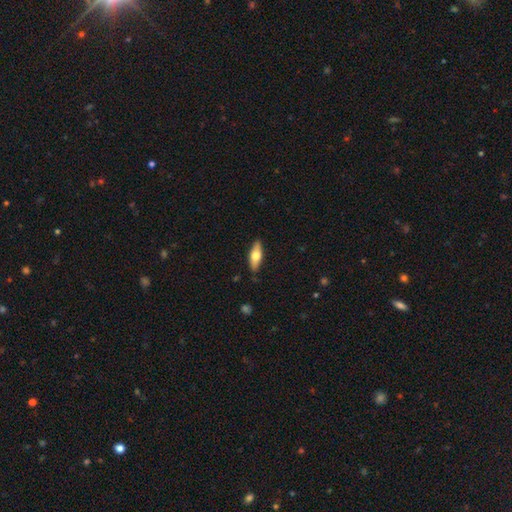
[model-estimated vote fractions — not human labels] smooth 58%, featured or disk 37%, star or artifact 6%. Down the decision tree: how rounded — in between (63%); merging — none (87%).